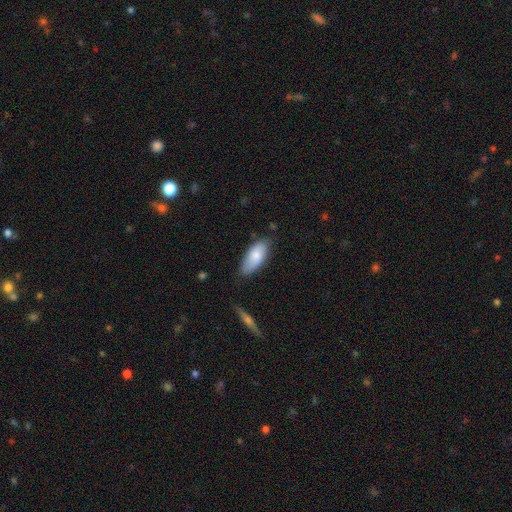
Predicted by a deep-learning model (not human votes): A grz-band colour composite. It shows a smooth galaxy with no disk features (79%) that is in between round and cigar-shaped (88%). Merging: none (70%).